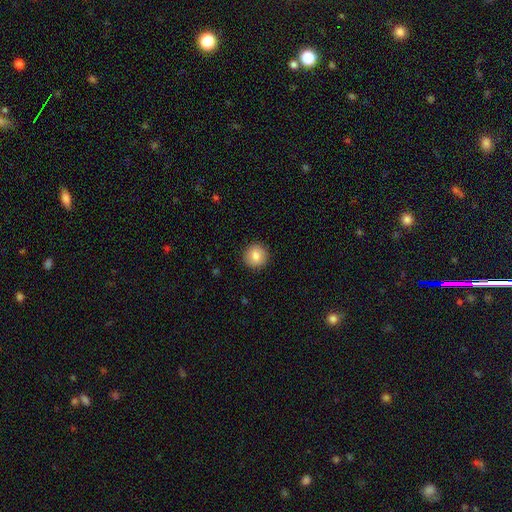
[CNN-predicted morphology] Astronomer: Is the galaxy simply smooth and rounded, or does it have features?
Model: smooth — 84%.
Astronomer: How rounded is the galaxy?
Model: round — 94%.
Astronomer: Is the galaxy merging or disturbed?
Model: none — 91%.